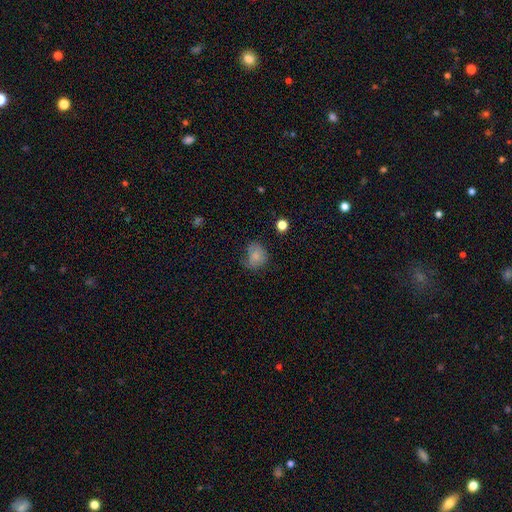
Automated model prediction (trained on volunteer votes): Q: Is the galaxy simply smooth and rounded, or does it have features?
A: smooth — 76%.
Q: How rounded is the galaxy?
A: round — 58%.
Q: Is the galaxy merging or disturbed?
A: none — 54%.